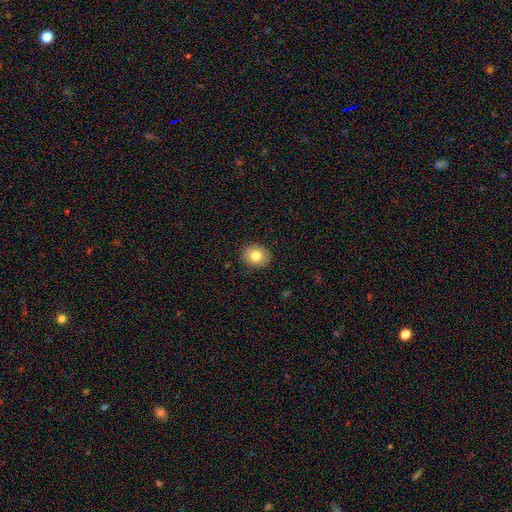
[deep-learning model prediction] A smooth galaxy with no disk features (80%) that is round (58%). Merging: none (89%).